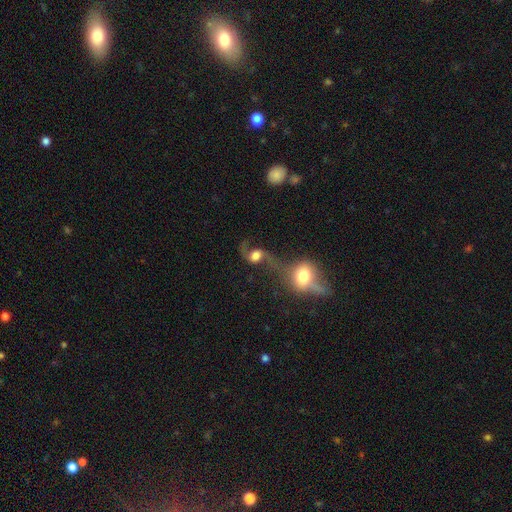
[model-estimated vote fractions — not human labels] A featured or disk galaxy (70%) with no bar (57%), 2 (88%) loose (80%) spiral arms (89%) and a large central bulge (43%). Merging: merger (39%).